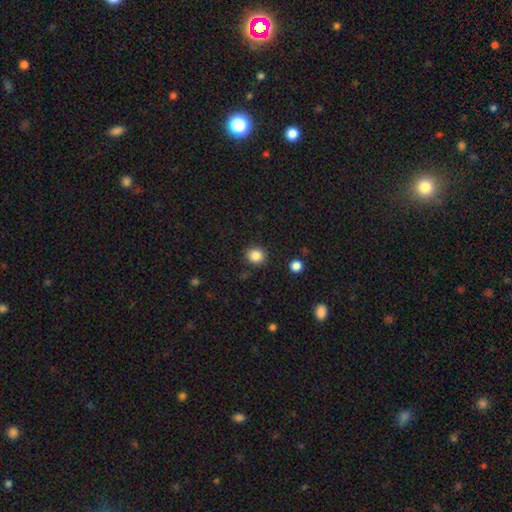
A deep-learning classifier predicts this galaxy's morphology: Smooth or featured? smooth (85%)
How rounded? round (80%)
Merging? none (89%)